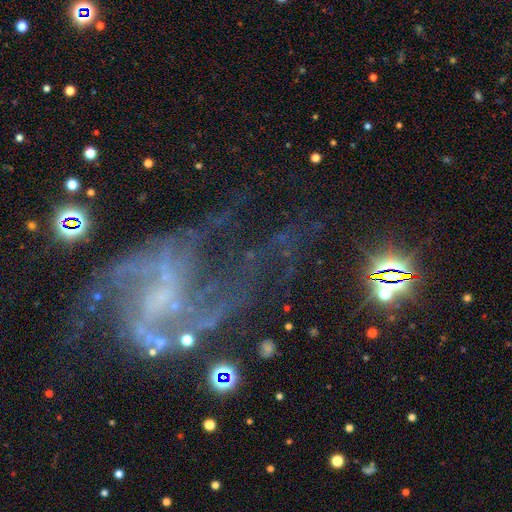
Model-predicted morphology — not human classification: type=featured or disk (81%); edge-on=no (97%); bar=weak (41%); spiral arms=yes (89%); winding=loose (51%); arm count=2 (59%); bulge=none (55%); merging=none (43%).